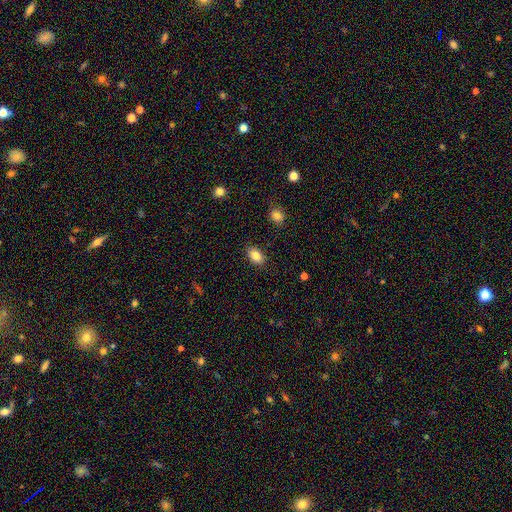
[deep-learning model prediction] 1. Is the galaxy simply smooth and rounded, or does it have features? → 84% smooth, 8% star or artifact, 8% featured or disk.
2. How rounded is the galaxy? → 88% in between, 11% round, 1% cigar-shaped.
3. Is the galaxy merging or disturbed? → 86% none, 10% minor disturbance, 2% major disturbance, 1% merger.